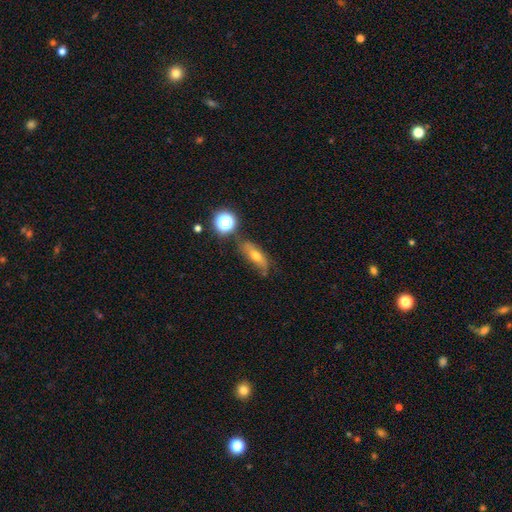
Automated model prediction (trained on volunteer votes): Q: Smooth or featured?
A: smooth (48%); runner-up: featured or disk (36%)
Q: Merging?
A: none (66%); runner-up: minor disturbance (21%)